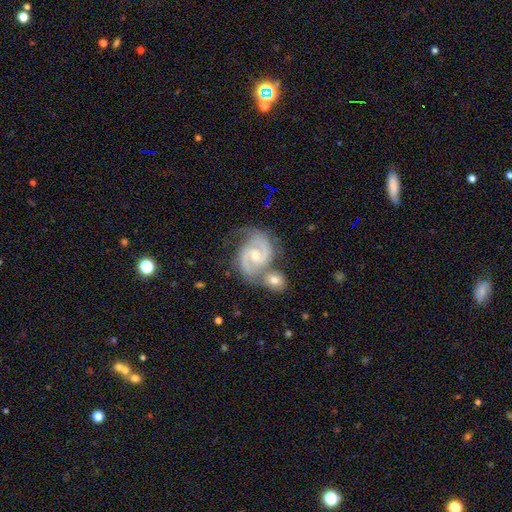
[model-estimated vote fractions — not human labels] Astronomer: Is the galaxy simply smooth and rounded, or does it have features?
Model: featured or disk — 90%.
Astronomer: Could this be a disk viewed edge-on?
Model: no — 98%.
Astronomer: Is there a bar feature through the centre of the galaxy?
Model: no — 46% (runner-up: weak, 41%).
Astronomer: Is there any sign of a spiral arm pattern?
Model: yes — 98%.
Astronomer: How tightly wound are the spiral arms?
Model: medium — 53% (runner-up: tight, 35%).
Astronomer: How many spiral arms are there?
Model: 2 — 89%.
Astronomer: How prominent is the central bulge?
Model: moderate — 54% (runner-up: small, 42%).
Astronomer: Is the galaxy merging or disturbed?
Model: none — 49% (runner-up: merger, 30%).